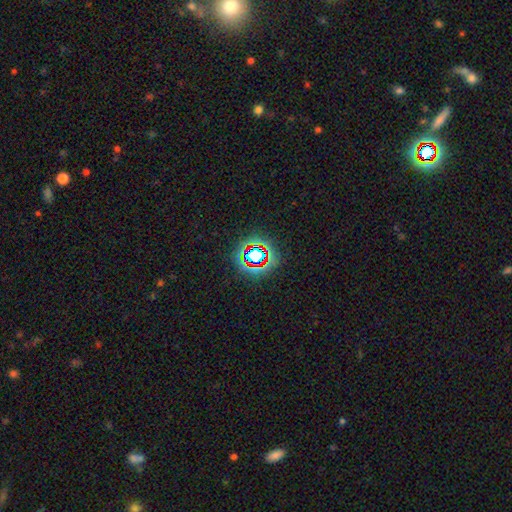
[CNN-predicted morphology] A star or artifact, not a galaxy (64%).